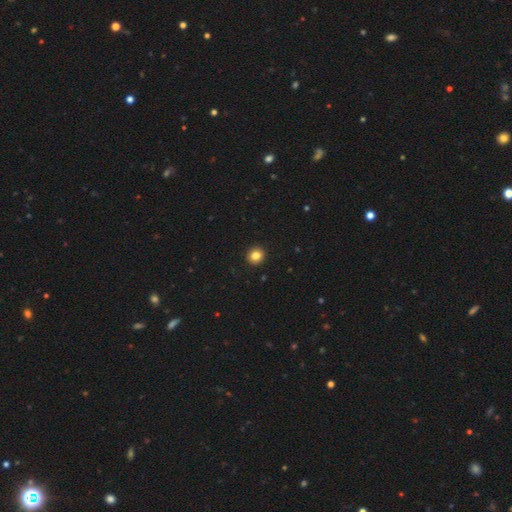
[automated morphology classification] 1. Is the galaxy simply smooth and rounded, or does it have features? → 84% smooth, 11% star or artifact, 5% featured or disk.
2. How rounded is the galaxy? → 90% round, 9% in between, 1% cigar-shaped.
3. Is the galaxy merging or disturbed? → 93% none, 4% minor disturbance, 1% major disturbance, 1% merger.